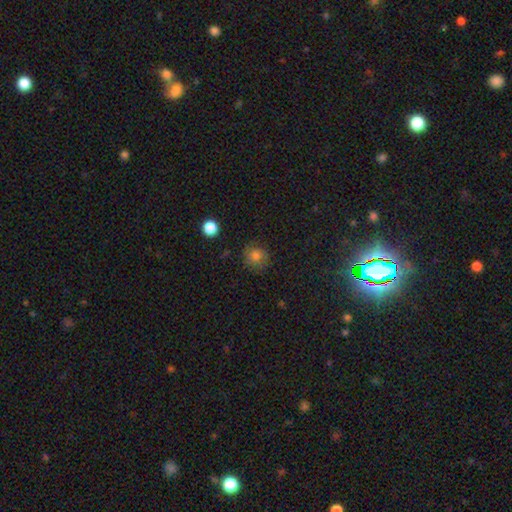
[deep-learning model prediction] Smooth or featured? Predicted: smooth (p=0.76). How rounded? Predicted: round (p=0.84). Merging? Predicted: none (p=0.75).